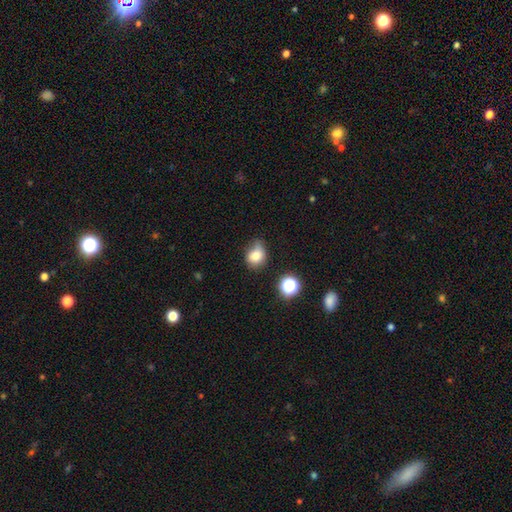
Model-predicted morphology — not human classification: Overall: smooth (77%). How rounded: round (61%; in between 37%). Merging: none (44%; minor disturbance 39%).